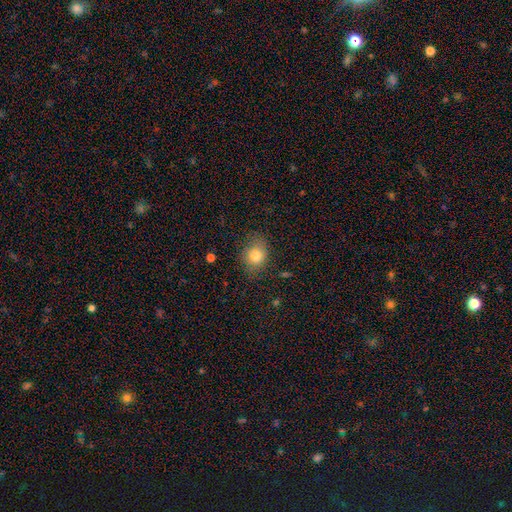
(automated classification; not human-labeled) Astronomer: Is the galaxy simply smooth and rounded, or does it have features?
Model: smooth — 80%.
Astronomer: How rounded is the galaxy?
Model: in between — 52% (runner-up: round, 47%).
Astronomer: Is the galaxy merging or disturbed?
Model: none — 77%.